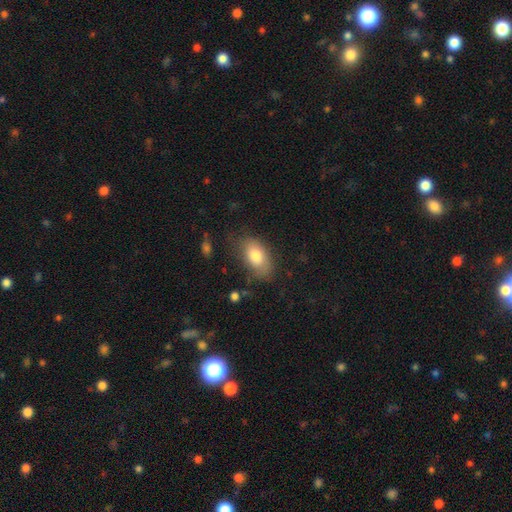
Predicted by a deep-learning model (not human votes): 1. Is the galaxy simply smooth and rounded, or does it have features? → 79% smooth, 14% featured or disk, 7% star or artifact.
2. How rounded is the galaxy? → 92% in between, 6% round, 2% cigar-shaped.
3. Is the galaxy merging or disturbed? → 69% none, 22% minor disturbance, 7% major disturbance, 2% merger.